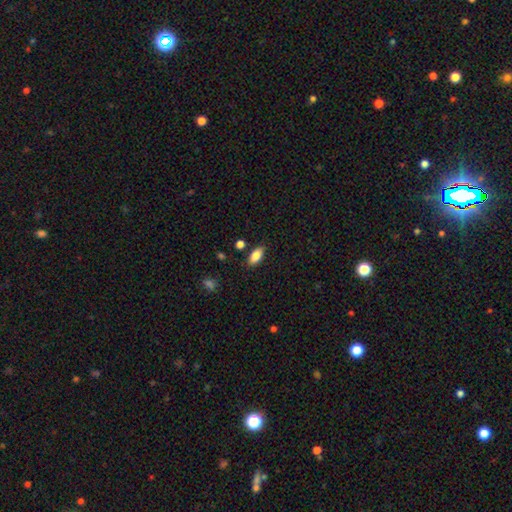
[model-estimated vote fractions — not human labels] Smooth or featured? smooth (84%)
How rounded? in between (88%)
Merging? none (83%)